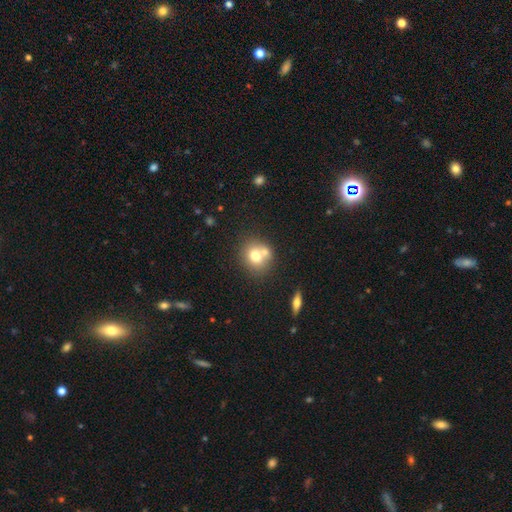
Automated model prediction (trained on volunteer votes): This appears to be a smooth galaxy with no disk features (70%) that is round (75%). Merging: none (46%).